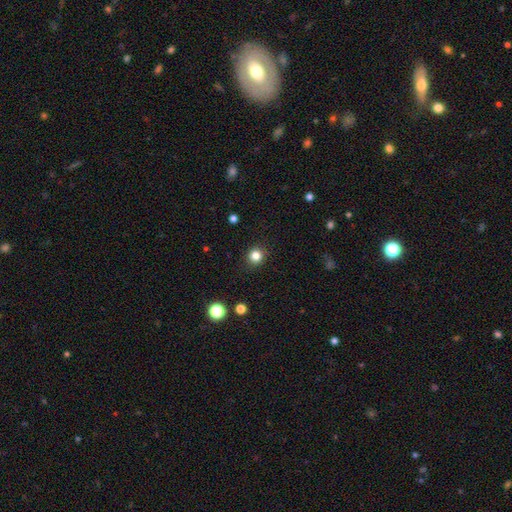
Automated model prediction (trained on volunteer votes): Smooth or featured: smooth — 83% (star or artifact — 13%)
How rounded: round — 90% (in between — 10%)
Merging: none — 90% (minor disturbance — 7%)